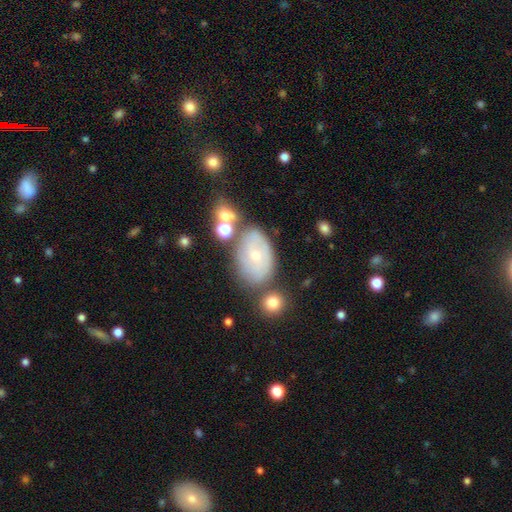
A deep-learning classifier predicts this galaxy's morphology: A featured or disk galaxy (53%) with no bar (74%), spiral arms (60%) and a small central bulge (64%). Merging: none (61%).